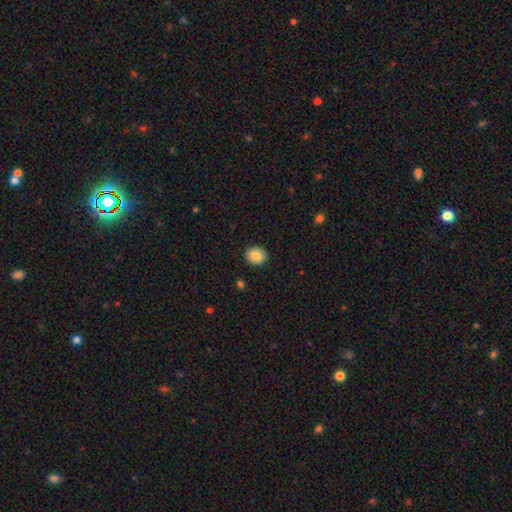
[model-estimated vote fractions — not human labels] Smooth or featured?
  - smooth: 84% *
  - star or artifact: 8%
  - featured or disk: 7%
How rounded?
  - round: 59% *
  - in between: 41%
  - cigar-shaped: 1%
Merging?
  - none: 90% *
  - minor disturbance: 7%
  - major disturbance: 2%
  - merger: 1%